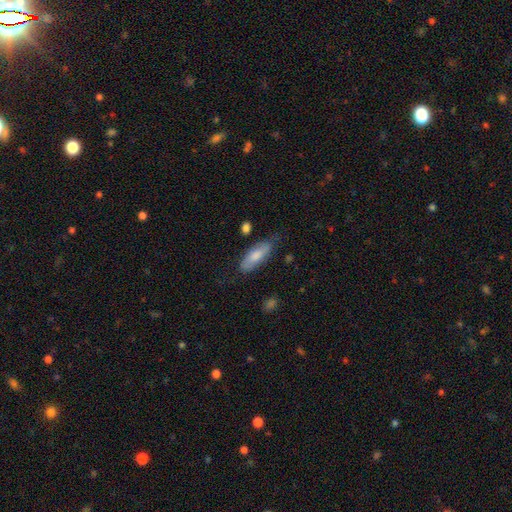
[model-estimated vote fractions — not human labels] Smooth or featured? smooth (71%)
How rounded? in between (70%)
Merging? none (69%)